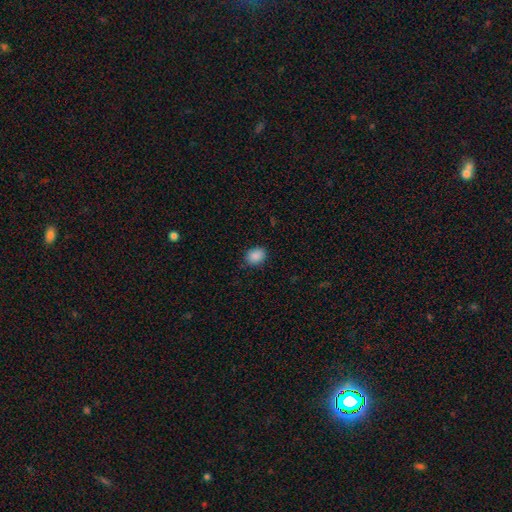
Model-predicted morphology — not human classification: Smooth or featured? Predicted: smooth (p=0.88). How rounded? Predicted: in between (p=0.58). Merging? Predicted: none (p=0.84).